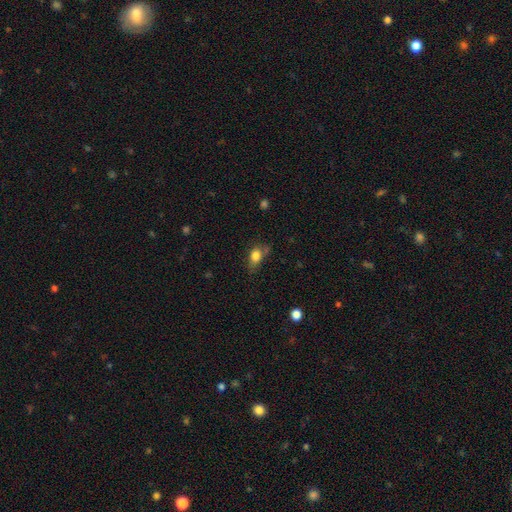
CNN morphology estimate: Overall: smooth (80%). How rounded: in between (77%). Merging: none (50%; minor disturbance 32%).